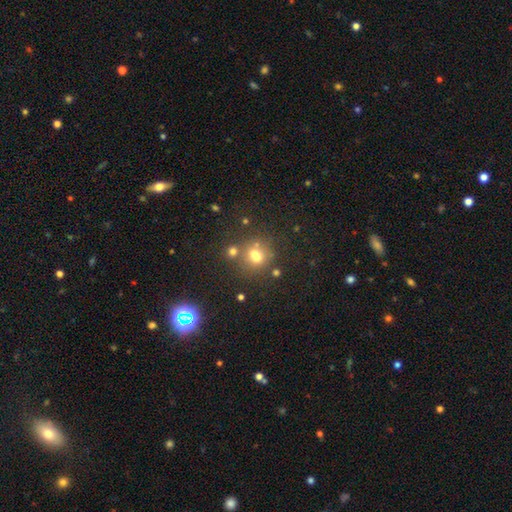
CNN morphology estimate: A smooth galaxy with no disk features (63%) that is round (66%). Merging: none (54%).